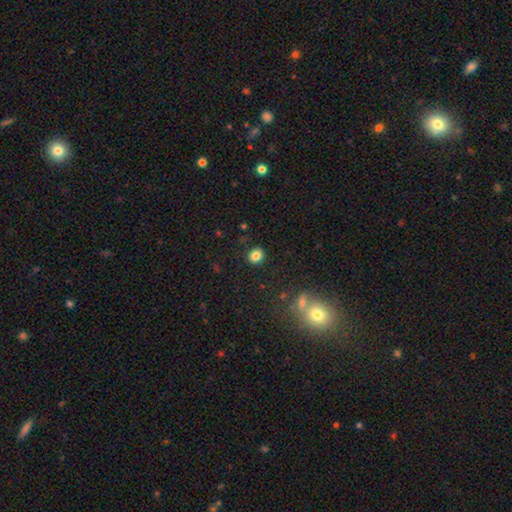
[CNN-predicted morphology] Smooth or featured: smooth — 83% (star or artifact — 12%)
How rounded: round — 76% (in between — 23%)
Merging: none — 89% (minor disturbance — 7%)